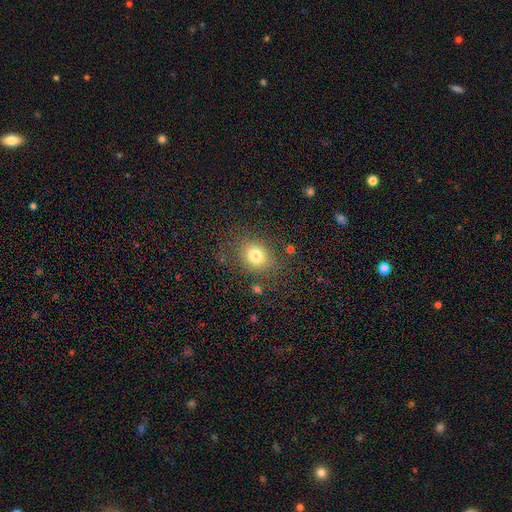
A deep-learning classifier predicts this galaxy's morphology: smooth 77%, star or artifact 13%, featured or disk 10%. Down the decision tree: how rounded — in between (50%); merging — none (75%).